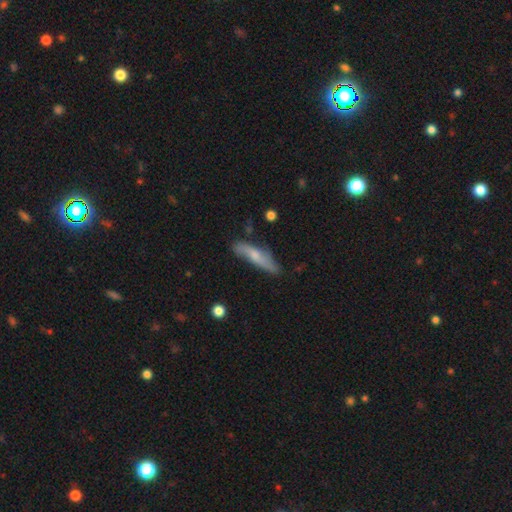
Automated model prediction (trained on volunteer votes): The model was most divided on "smooth or featured": smooth: 53%, featured or disk: 41%, star or artifact: 6%. More confident: how rounded — cigar-shaped (79%); merging — none (71%).